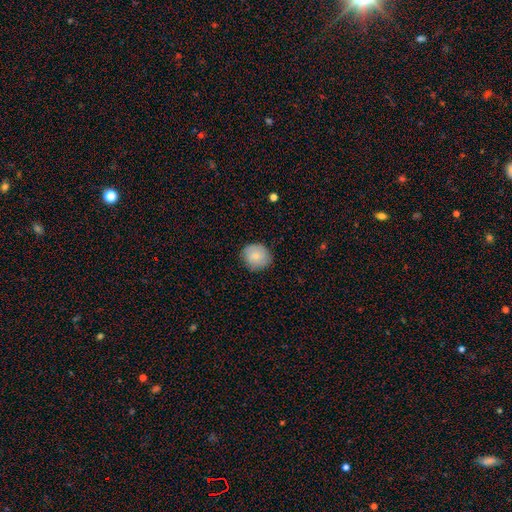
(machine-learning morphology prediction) A smooth galaxy with no disk features (80%) that is round (81%). Merging: none (83%).